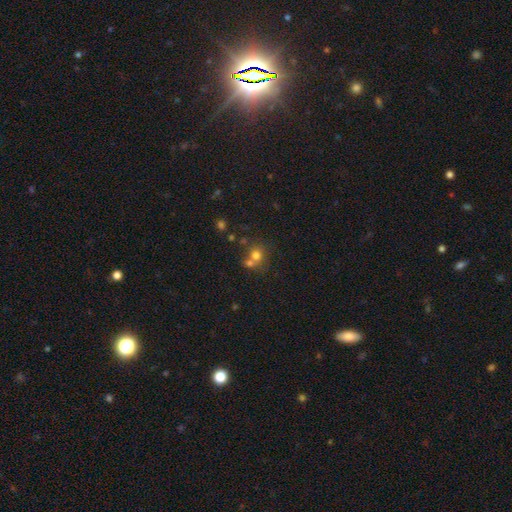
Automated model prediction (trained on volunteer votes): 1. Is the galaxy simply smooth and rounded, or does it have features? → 70% smooth, 16% star or artifact, 13% featured or disk.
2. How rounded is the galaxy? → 80% round, 20% in between, 1% cigar-shaped.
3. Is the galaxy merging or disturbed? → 44% merger (tied), 44% none (tied), 8% minor disturbance, 4% major disturbance.